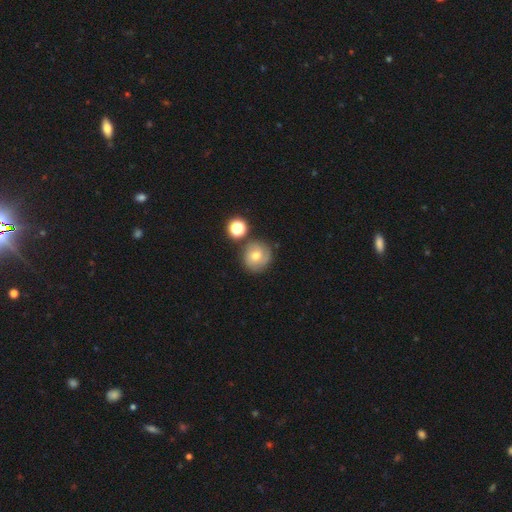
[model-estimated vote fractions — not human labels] The model was most divided on "smooth or featured": smooth: 51%, featured or disk: 36%, star or artifact: 13%. More confident: how rounded — round (91%); merging — none (73%).